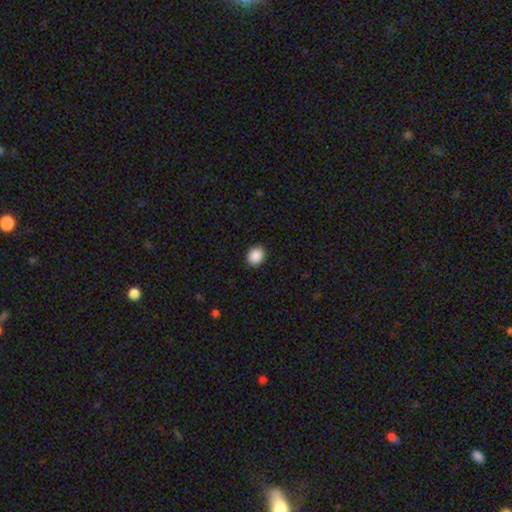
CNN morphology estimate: smooth 90%, star or artifact 8%, featured or disk 3%. Down the decision tree: how rounded — round (54%); merging — none (91%).